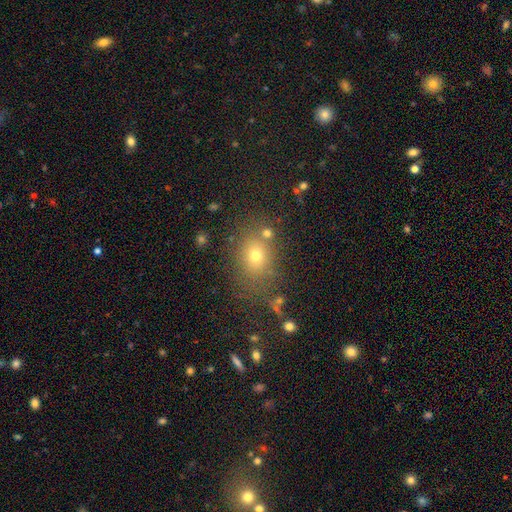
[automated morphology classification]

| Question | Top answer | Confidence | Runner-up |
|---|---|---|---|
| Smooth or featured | smooth | 69% | star or artifact (19%) |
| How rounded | round | 50% | in between (49%) |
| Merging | none | 74% | minor disturbance (13%) |